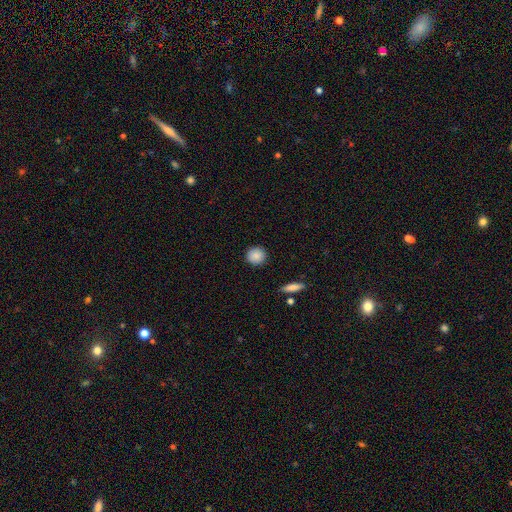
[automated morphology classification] This is clearly a smooth galaxy (88%). How rounded: clearly round (92%). Merging: clearly none (91%).